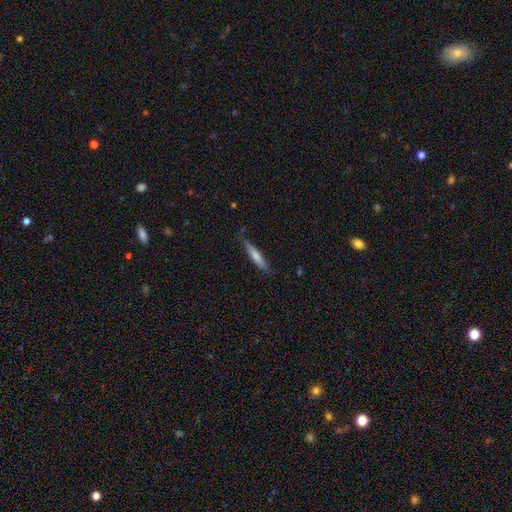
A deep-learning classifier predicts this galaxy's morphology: smooth-or-featured: smooth: 59% | featured or disk: 35% | star or artifact: 6%
  how-rounded: cigar-shaped: 91% | in between: 8% | round: 1%
  merging: none: 80% | minor disturbance: 16% | major disturbance: 3% | merger: 1%